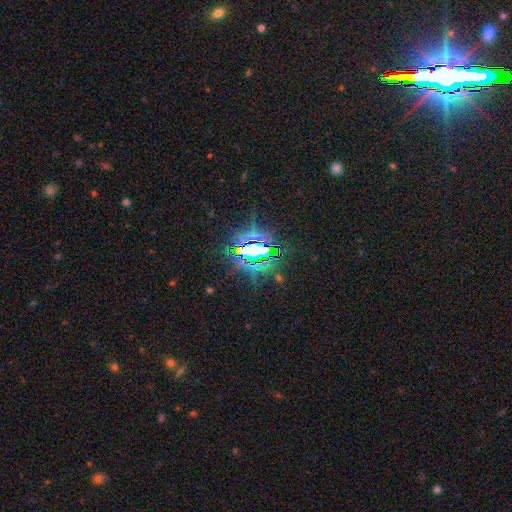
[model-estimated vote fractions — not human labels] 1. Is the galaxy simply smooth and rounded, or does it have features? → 81% star or artifact, 10% featured or disk, 9% smooth.